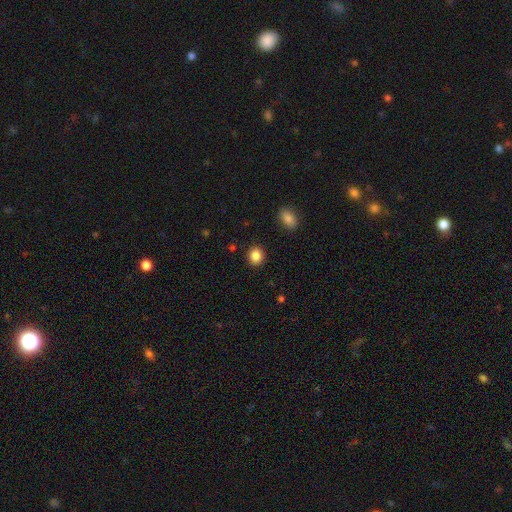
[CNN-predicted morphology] type=smooth (87%); roundness=round (80%); merging=none (90%).